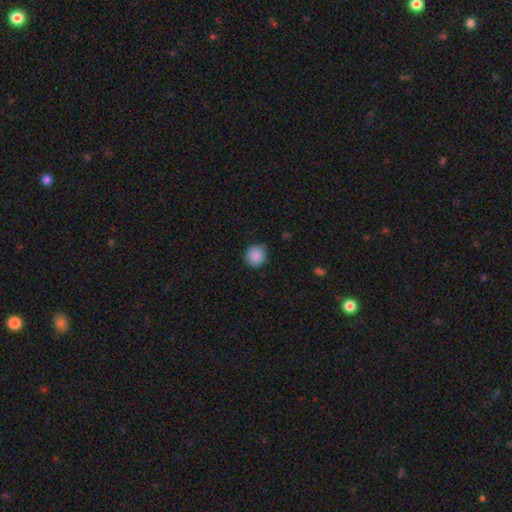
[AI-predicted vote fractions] This appears to be a smooth galaxy with no disk features (89%) that is round (92%). Merging: none (87%).